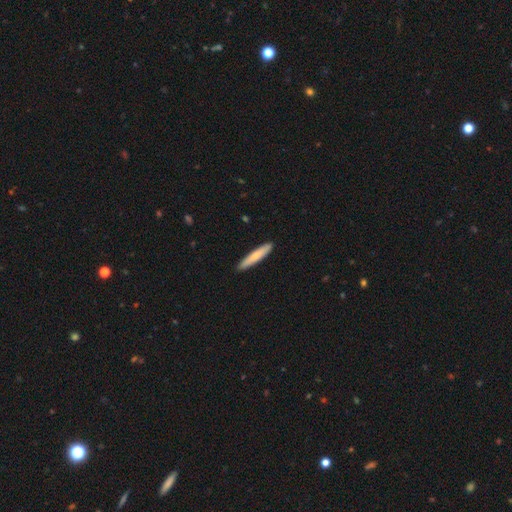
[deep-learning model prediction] This appears to be a smooth galaxy with no disk features (73%) that is cigar-shaped (92%). Merging: none (91%).